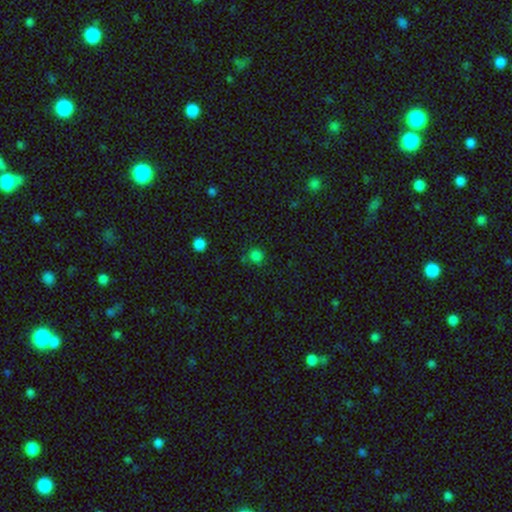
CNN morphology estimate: type=smooth (78%); roundness=round (91%); merging=none (78%).